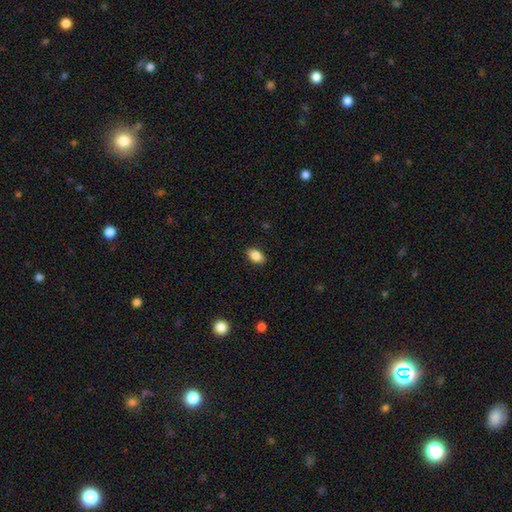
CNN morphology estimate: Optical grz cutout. It shows a smooth galaxy with no disk features (86%) that is in between round and cigar-shaped (90%). Merging: none (88%).